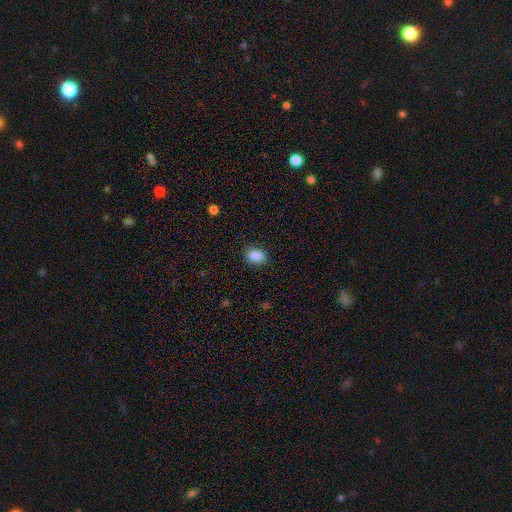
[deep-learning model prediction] Morphology: type=smooth (88%); roundness=in between (72%); merging=none (83%).